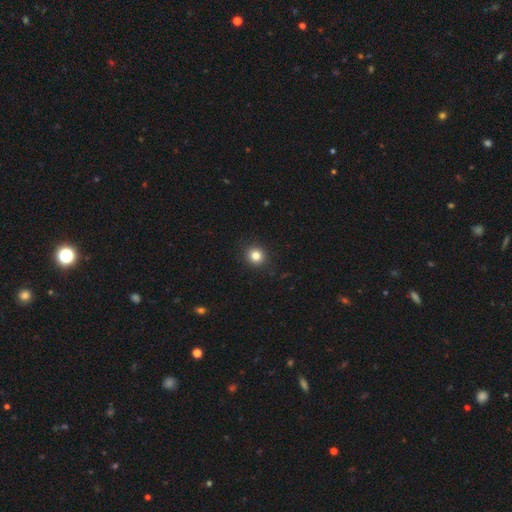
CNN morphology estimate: This is clearly a smooth galaxy (83%). How rounded: clearly round (89%). Merging: clearly none (91%).